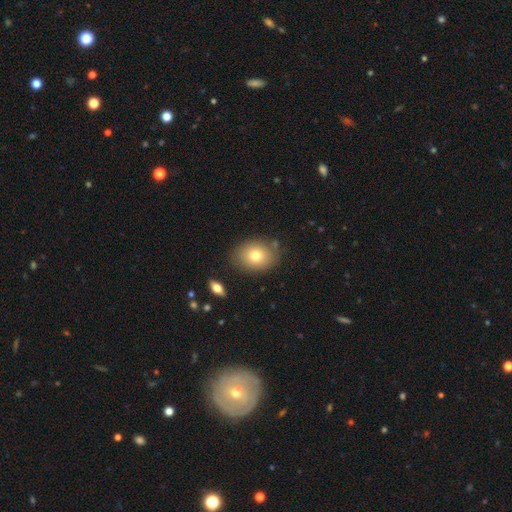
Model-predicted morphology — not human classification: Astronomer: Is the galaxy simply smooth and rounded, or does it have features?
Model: smooth — 76%.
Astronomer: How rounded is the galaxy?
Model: in between — 59% (runner-up: round, 40%).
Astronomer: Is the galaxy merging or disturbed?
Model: none — 79%.